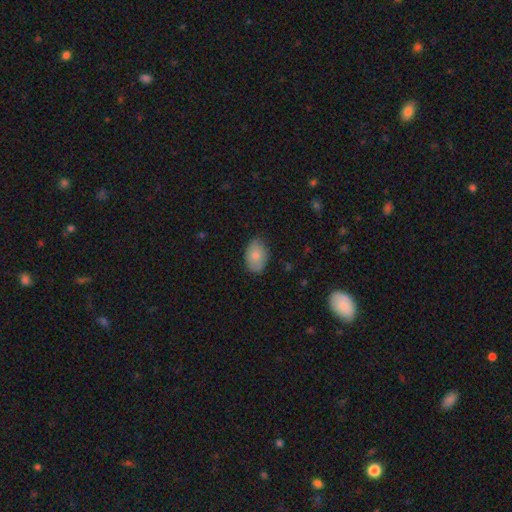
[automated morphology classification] Q: Smooth or featured?
A: smooth (79%); runner-up: featured or disk (14%)
Q: How rounded?
A: in between (85%); runner-up: round (14%)
Q: Merging?
A: none (79%); runner-up: minor disturbance (17%)